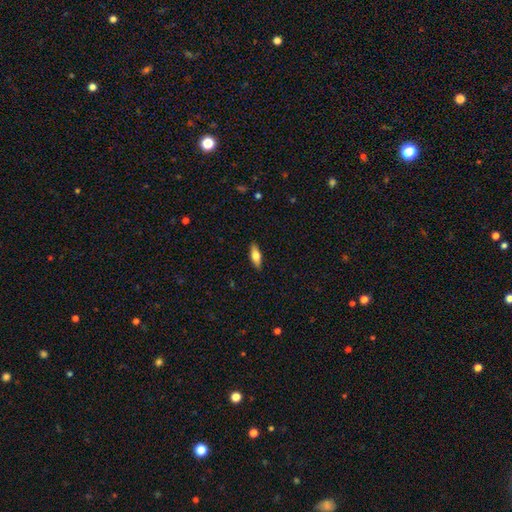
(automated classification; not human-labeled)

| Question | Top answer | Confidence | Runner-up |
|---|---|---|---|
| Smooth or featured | smooth | 70% | featured or disk (23%) |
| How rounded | in between | 66% | cigar-shaped (31%) |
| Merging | none | 88% | minor disturbance (9%) |